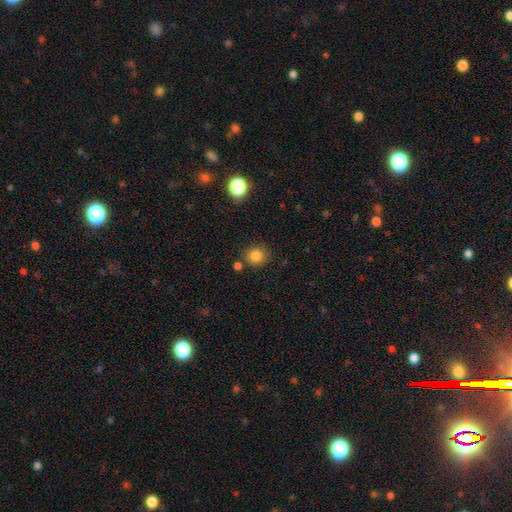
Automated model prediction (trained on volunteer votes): smooth_or_featured: smooth (p=0.83) [alt: star or artifact p=0.11]
how_rounded: round (p=0.89) [alt: in between p=0.10]
merging: none (p=0.81) [alt: minor disturbance p=0.10]